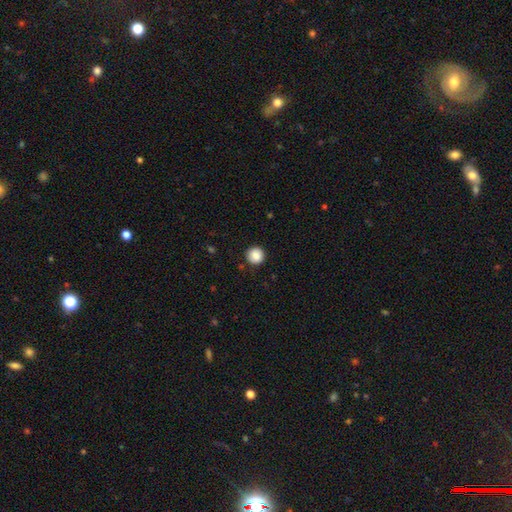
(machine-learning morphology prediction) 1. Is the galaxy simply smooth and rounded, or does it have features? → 86% smooth, 9% star or artifact, 5% featured or disk.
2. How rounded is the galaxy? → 94% round, 5% in between, 1% cigar-shaped.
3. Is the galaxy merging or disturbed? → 90% none, 7% minor disturbance, 2% major disturbance, 1% merger.